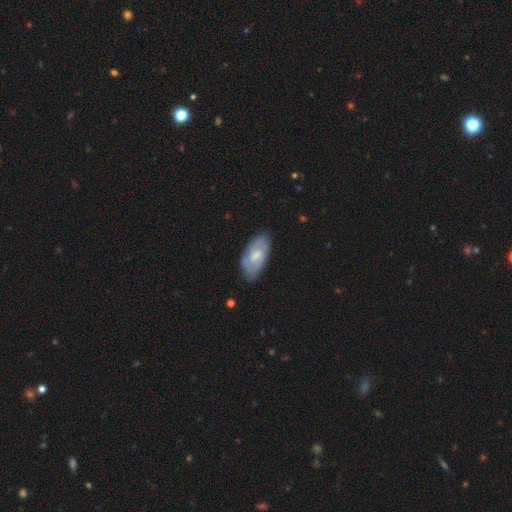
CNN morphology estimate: This appears to be a featured or disk galaxy (49%). Merging: none (75%).